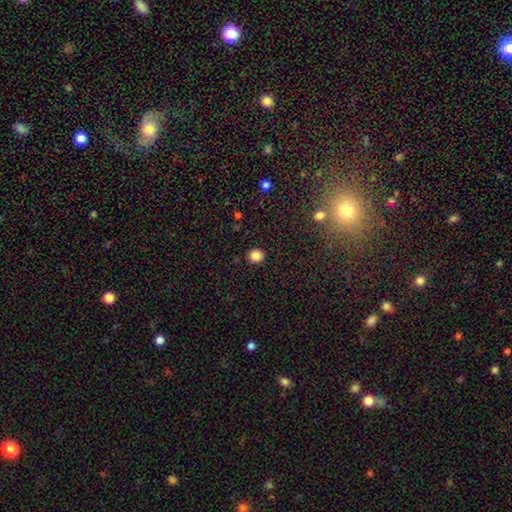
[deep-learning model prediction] Q: Smooth or featured?
A: smooth (85%); runner-up: star or artifact (12%)
Q: How rounded?
A: round (94%); runner-up: in between (5%)
Q: Merging?
A: none (93%); runner-up: minor disturbance (4%)